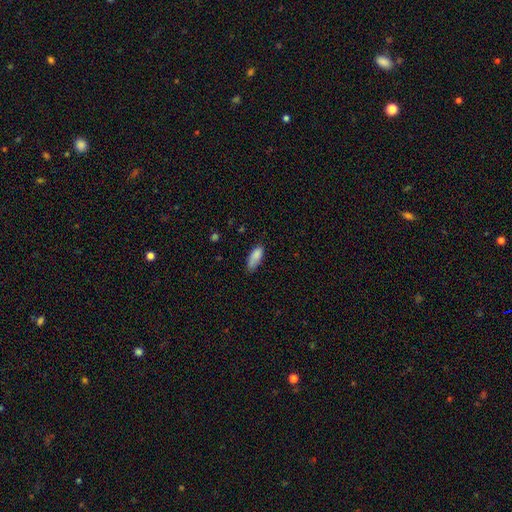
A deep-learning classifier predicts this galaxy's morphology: smooth 85%, featured or disk 8%, star or artifact 8%. Down the decision tree: how rounded — in between (77%); merging — none (60%).